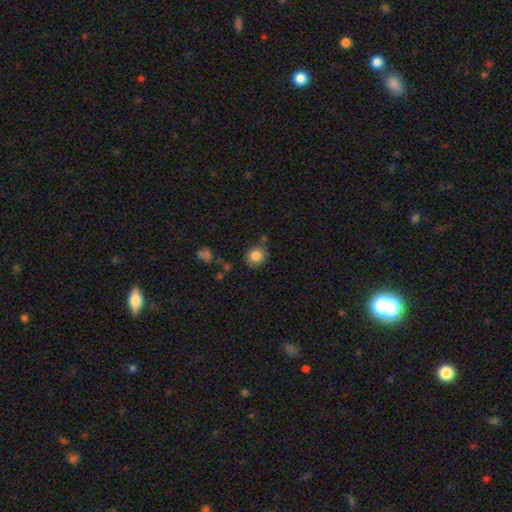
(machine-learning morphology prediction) The model was most divided on "how rounded": round: 76%, in between: 23%, cigar-shaped: 1%. More confident: smooth or featured — smooth (84%); merging — none (77%).